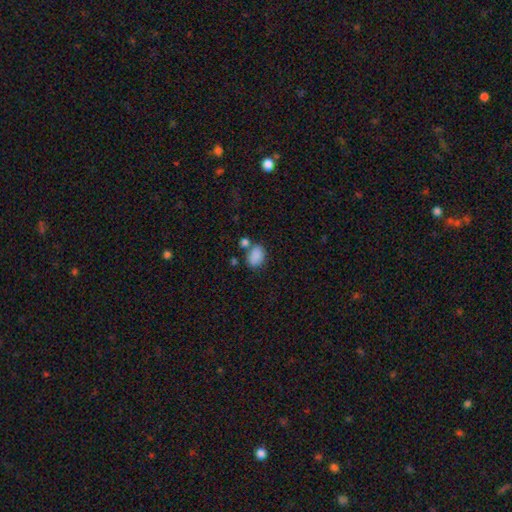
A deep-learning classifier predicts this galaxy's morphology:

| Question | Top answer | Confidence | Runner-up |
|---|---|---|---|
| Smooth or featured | smooth | 86% | star or artifact (9%) |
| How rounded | in between | 76% | round (23%) |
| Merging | none | 61% | merger (18%) |